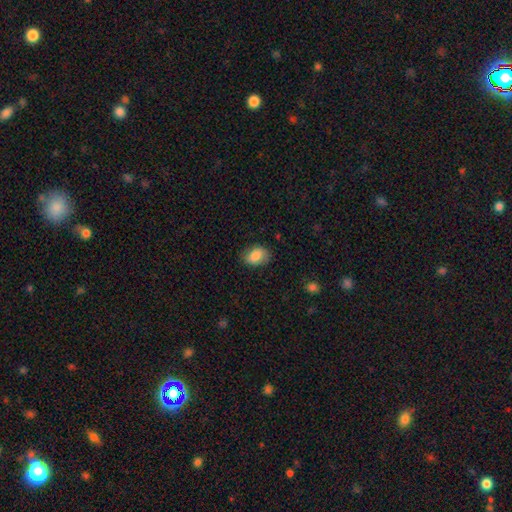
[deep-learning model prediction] smooth_or_featured: smooth (p=0.84) [alt: featured or disk p=0.09]
how_rounded: in between (p=0.76) [alt: round p=0.23]
merging: none (p=0.75) [alt: minor disturbance p=0.19]